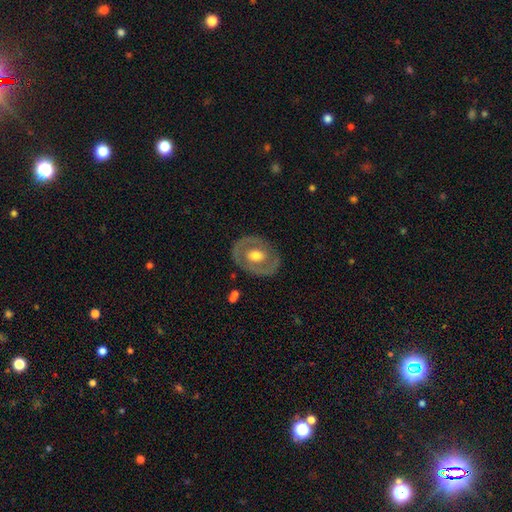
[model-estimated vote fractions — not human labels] Smooth or featured? Predicted: featured or disk (p=0.63). Edge-on disk? Predicted: no (p=0.94). Bar? Predicted: no (p=0.68). Spiral arms? Predicted: no (p=0.67). Bulge size? Predicted: moderate (p=0.61). Merging? Predicted: none (p=0.80).